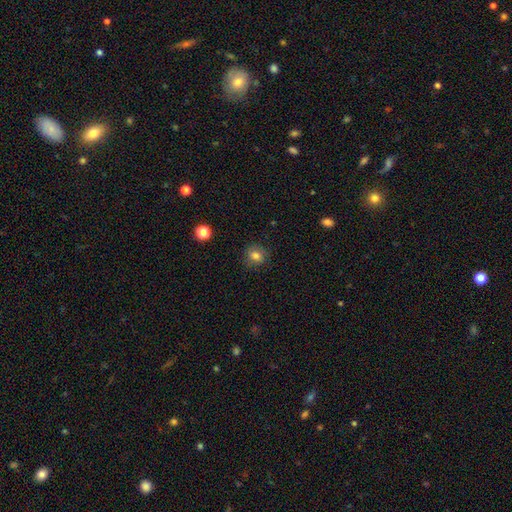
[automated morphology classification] smooth_or_featured: smooth (p=0.79) [alt: star or artifact p=0.11]
how_rounded: round (p=0.70) [alt: in between p=0.29]
merging: none (p=0.83) [alt: minor disturbance p=0.12]